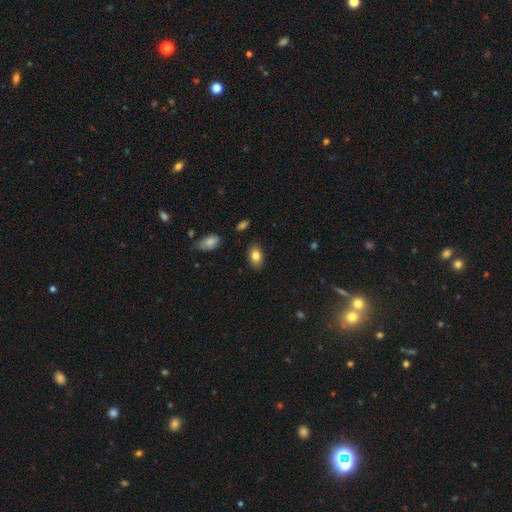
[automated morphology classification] A smooth galaxy with no disk features (82%) that is in between round and cigar-shaped (86%).

Vote fractions:
- Smooth or featured? smooth: 82% / featured or disk: 9% / star or artifact: 8%
- How rounded? in between: 86% / round: 12% / cigar-shaped: 1%
- Merging? none: 86% / minor disturbance: 10% / major disturbance: 2% / merger: 1%